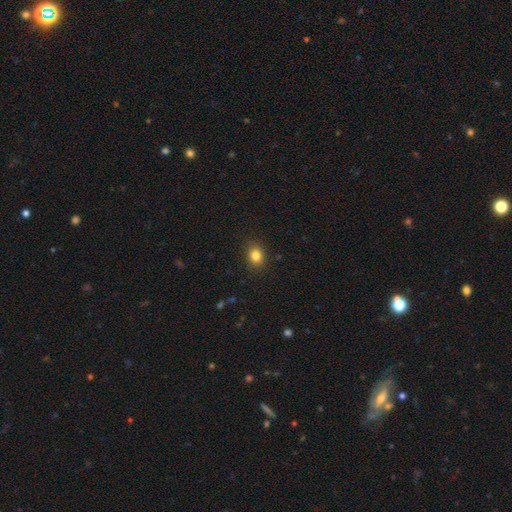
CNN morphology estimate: This is clearly a smooth galaxy (83%). How rounded: possibly round (53%). Merging: clearly none (88%).